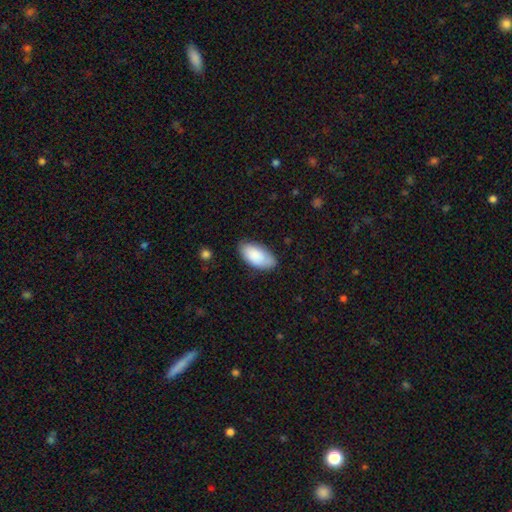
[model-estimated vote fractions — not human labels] This appears to be a smooth galaxy with no disk features (86%) that is in between round and cigar-shaped (95%). Merging: none (79%).